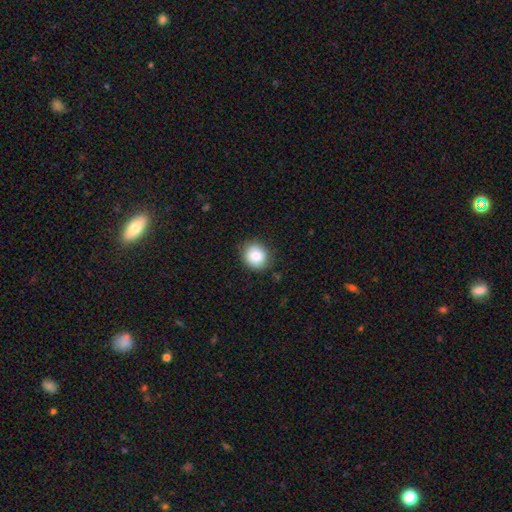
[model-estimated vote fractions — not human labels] Smooth or featured? smooth (86%)
How rounded? round (78%)
Merging? none (84%)